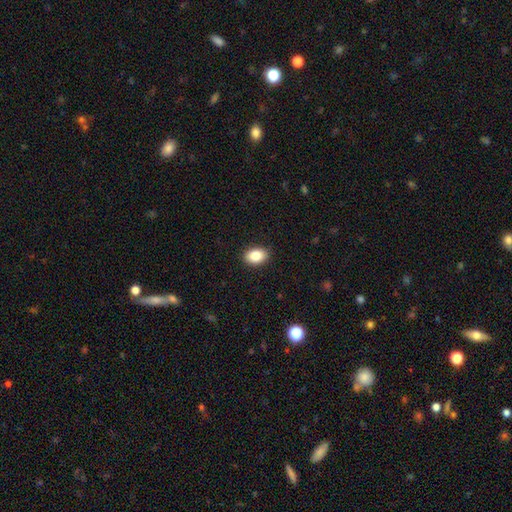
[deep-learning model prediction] Morphology: type=smooth (86%); roundness=in between (82%); merging=none (90%).